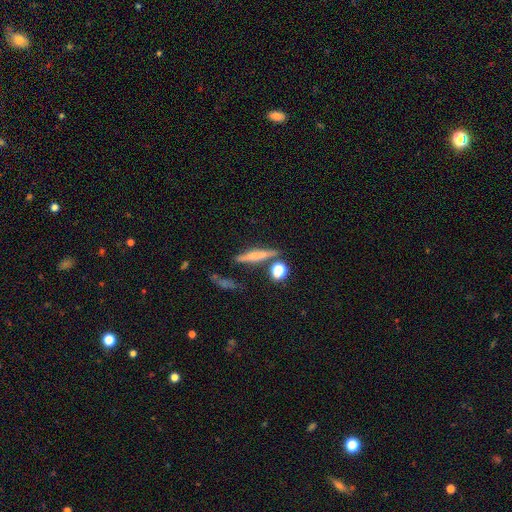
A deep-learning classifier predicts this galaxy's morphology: This appears to be a smooth galaxy with no disk features (46%). Merging: none (75%).